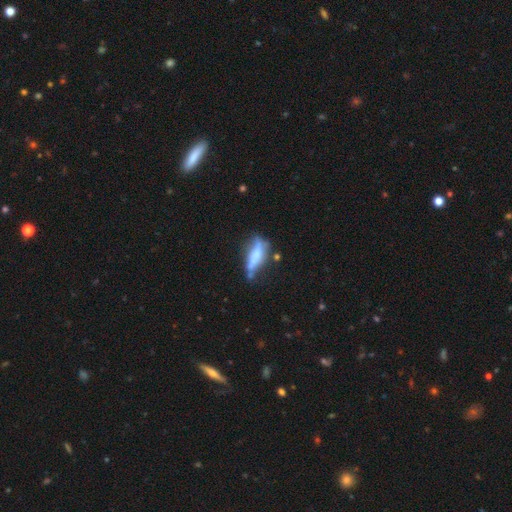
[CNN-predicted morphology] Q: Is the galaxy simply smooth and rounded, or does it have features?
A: smooth — 48%.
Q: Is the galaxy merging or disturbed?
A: none — 43%.